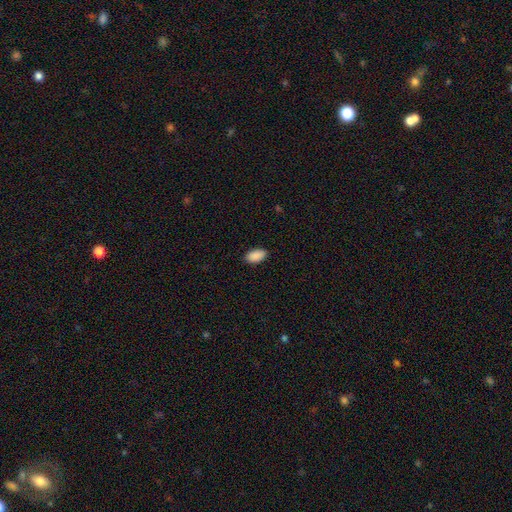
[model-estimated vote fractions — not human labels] This is clearly a smooth galaxy (91%). How rounded: clearly in between (95%). Merging: clearly none (89%).